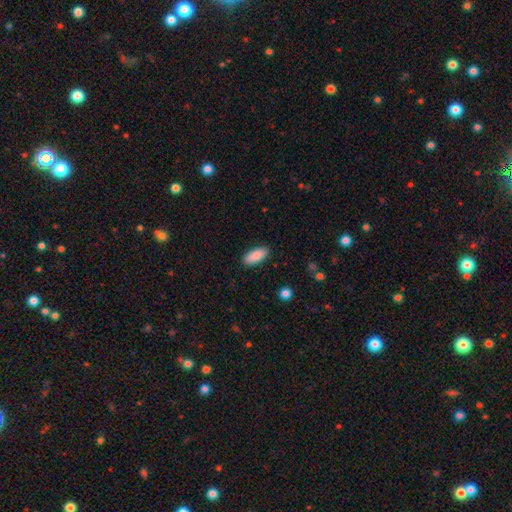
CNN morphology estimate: smooth-or-featured: smooth: 89% | star or artifact: 6% | featured or disk: 5%
  how-rounded: in between: 87% | cigar-shaped: 12% | round: 2%
  merging: none: 89% | minor disturbance: 8% | major disturbance: 2% | merger: 1%